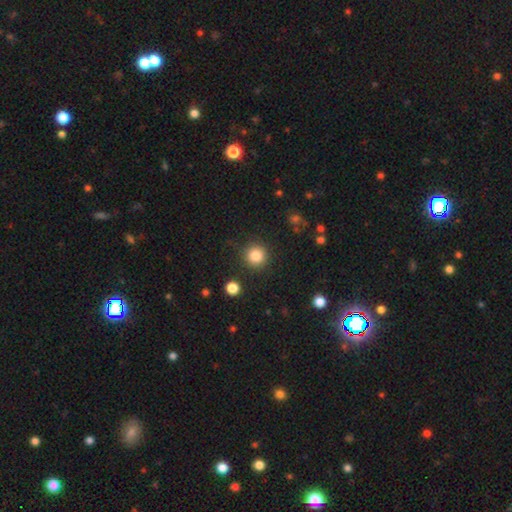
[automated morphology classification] smooth_or_featured: smooth (p=0.84) [alt: star or artifact p=0.11]
how_rounded: round (p=0.94) [alt: in between p=0.05]
merging: none (p=0.89) [alt: minor disturbance p=0.06]